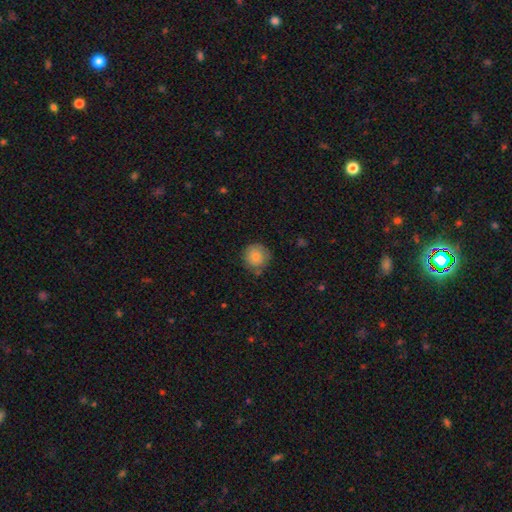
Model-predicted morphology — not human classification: This appears to be a smooth galaxy with no disk features (83%) that is round (93%). Merging: none (80%).